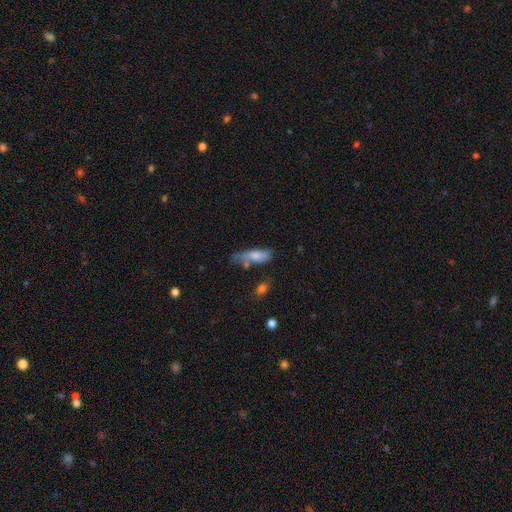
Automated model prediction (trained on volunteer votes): Smooth or featured? Predicted: smooth (p=0.68). How rounded? Predicted: in between (p=0.64). Merging? Predicted: none (p=0.34).